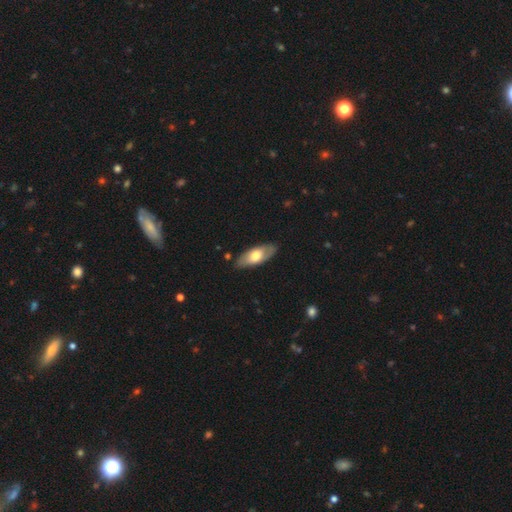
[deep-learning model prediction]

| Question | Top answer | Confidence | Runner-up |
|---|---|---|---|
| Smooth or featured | smooth | 59% | featured or disk (36%) |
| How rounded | in between | 81% | cigar-shaped (17%) |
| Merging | none | 83% | minor disturbance (14%) |